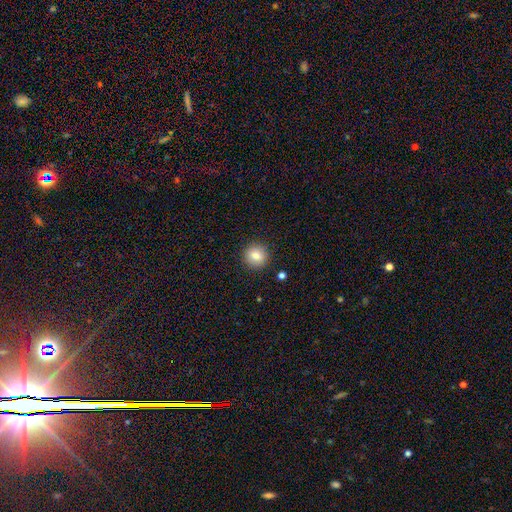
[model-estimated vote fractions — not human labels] Overall: smooth (83%). How rounded: round (92%). Merging: none (91%).